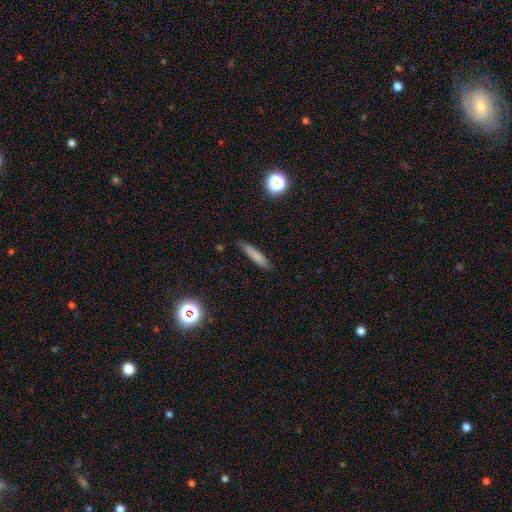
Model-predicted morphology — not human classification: smooth 76%, featured or disk 14%, star or artifact 10%. Down the decision tree: how rounded — cigar-shaped (86%); merging — none (83%).